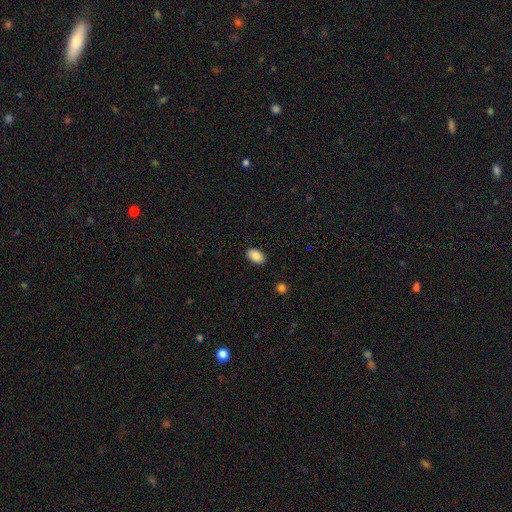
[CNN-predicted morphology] The model was most divided on "merging": none: 89%, minor disturbance: 8%, major disturbance: 2%, merger: 1%. More confident: how rounded — in between (92%); smooth or featured — smooth (88%).